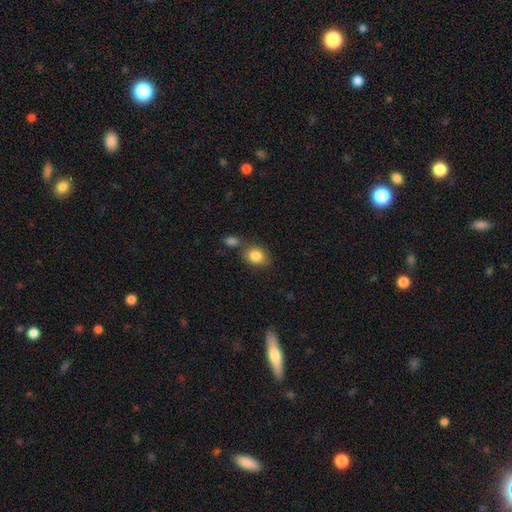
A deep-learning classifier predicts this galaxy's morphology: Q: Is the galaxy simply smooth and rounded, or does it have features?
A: smooth — 84%.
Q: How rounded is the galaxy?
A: in between — 50%.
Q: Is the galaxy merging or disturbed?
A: none — 64%.